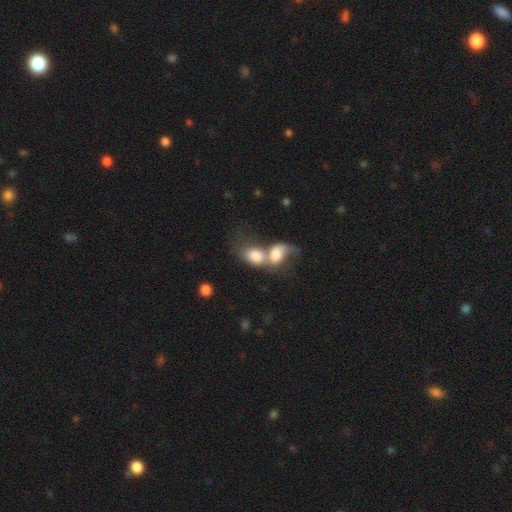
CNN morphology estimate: This is likely a smooth galaxy (66%). How rounded: likely in between (69%). Merging: clearly merger (82%).